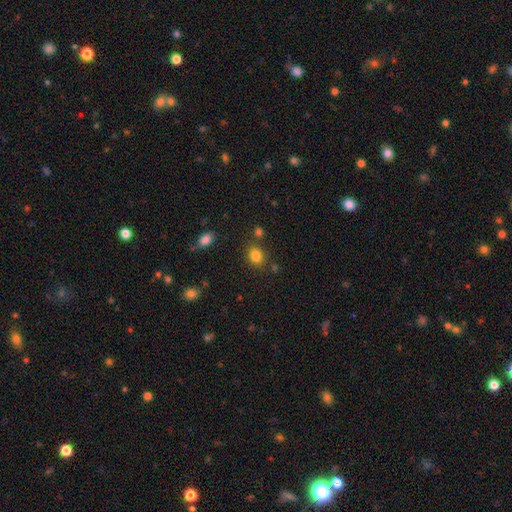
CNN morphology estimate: A smooth galaxy with no disk features (83%) that is round (52%).

Vote fractions:
- Smooth or featured? smooth: 83% / star or artifact: 12% / featured or disk: 5%
- How rounded? round: 52% / in between: 47% / cigar-shaped: 1%
- Merging? none: 78% / minor disturbance: 12% / merger: 6% / major disturbance: 4%